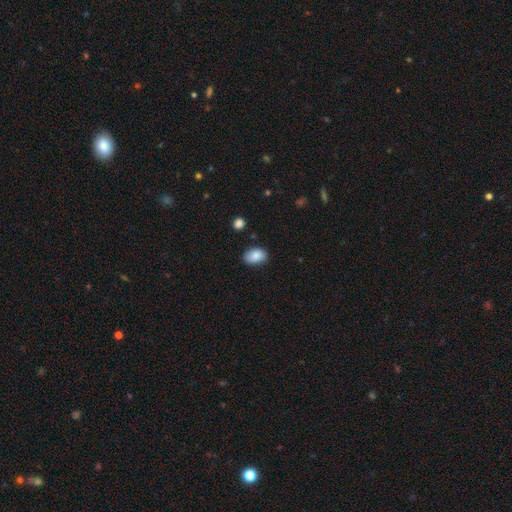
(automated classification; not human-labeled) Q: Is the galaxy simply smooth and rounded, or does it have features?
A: smooth — 85%.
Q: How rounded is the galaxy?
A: in between — 86%.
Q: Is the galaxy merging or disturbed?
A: none — 78%.